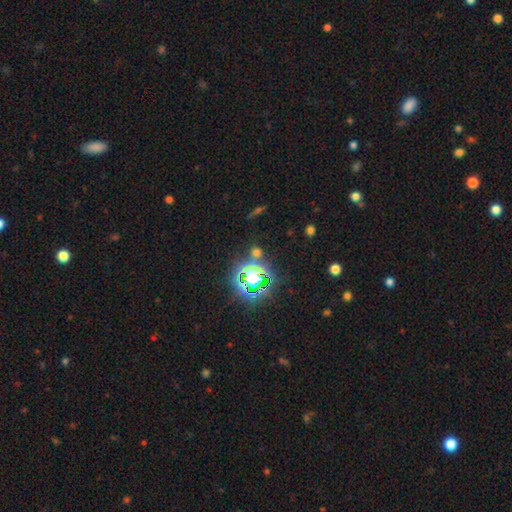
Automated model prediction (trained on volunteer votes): A star or artifact, not a galaxy (73%).